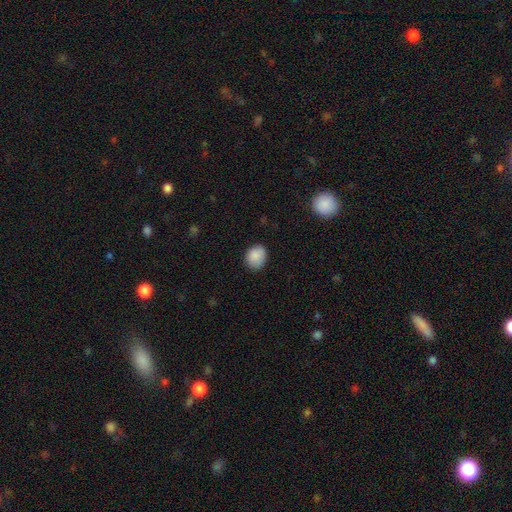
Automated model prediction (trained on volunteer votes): Morphology: type=smooth (88%); roundness=round (52%); merging=none (77%).